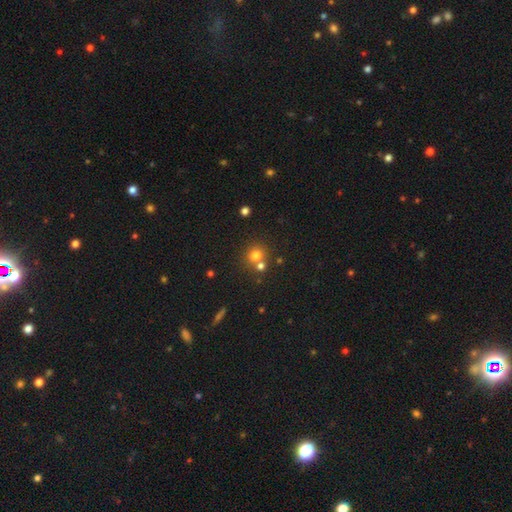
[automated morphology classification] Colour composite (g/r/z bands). It shows a smooth galaxy with no disk features (74%) that is round (86%). Merging: none (60%).